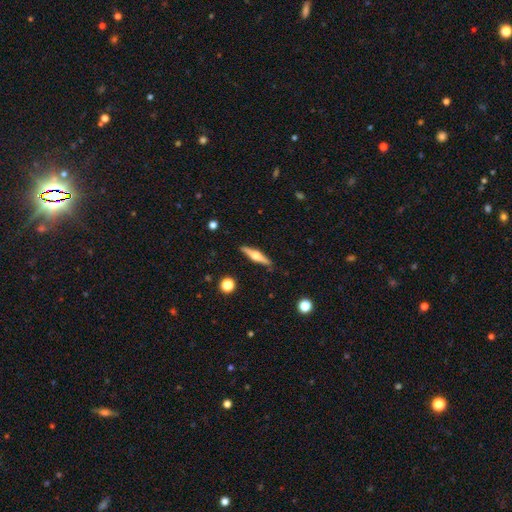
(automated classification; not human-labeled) Q: Smooth or featured?
A: featured or disk (66%); runner-up: smooth (28%)
Q: Edge-on disk?
A: yes (97%); runner-up: no (3%)
Q: Edge-on bulge?
A: rounded (91%); runner-up: boxy (6%)
Q: Merging?
A: none (89%); runner-up: minor disturbance (8%)